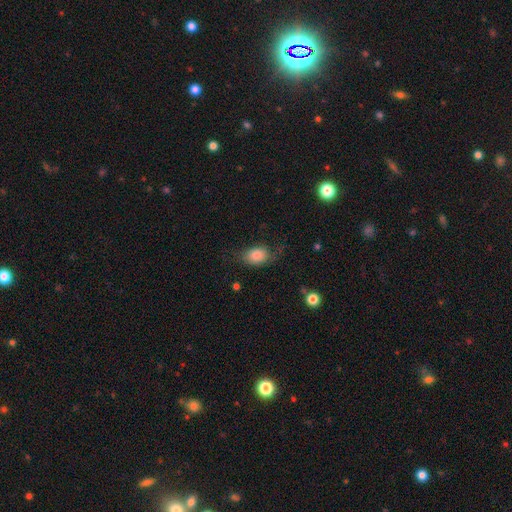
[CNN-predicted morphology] smooth 80%, featured or disk 12%, star or artifact 8%. Down the decision tree: how rounded — in between (79%); merging — none (57%).